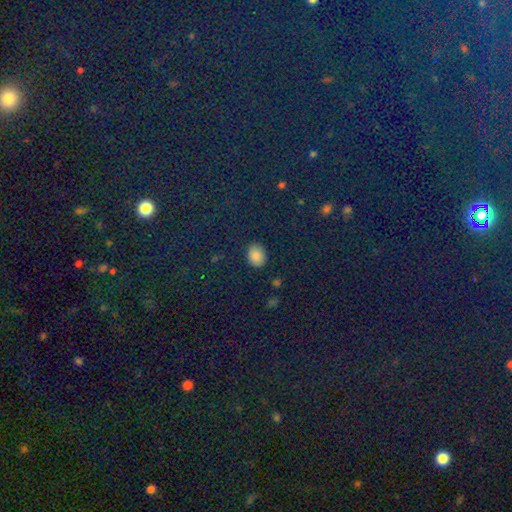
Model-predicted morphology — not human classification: A smooth galaxy with no disk features (84%) that is in between round and cigar-shaped (64%). Merging: none (89%).